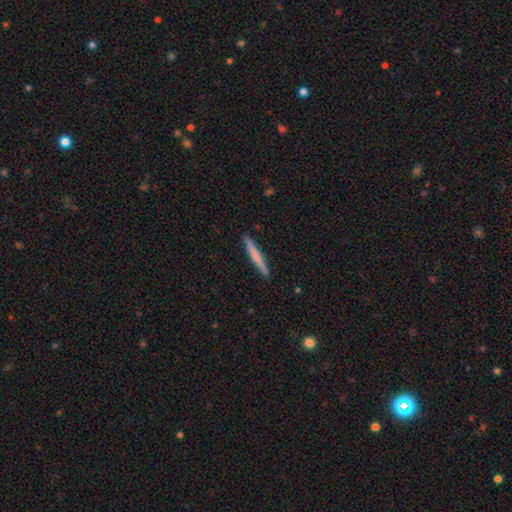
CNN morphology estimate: Overall: smooth (63%; featured or disk 32%). How rounded: cigar-shaped (96%). Merging: none (91%).